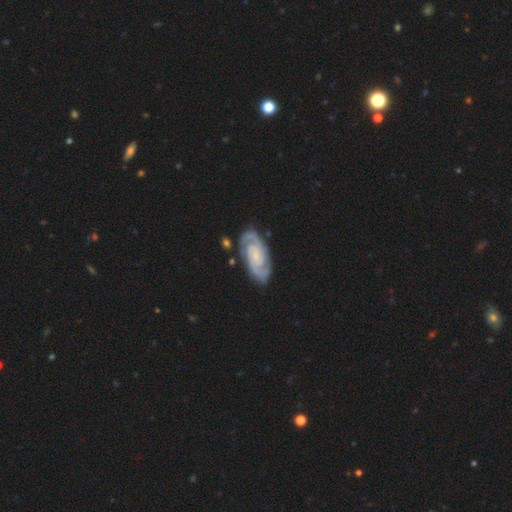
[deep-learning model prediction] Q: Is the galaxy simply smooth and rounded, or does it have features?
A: featured or disk — 90%.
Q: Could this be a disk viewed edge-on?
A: no — 97%.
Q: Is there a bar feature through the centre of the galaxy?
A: no — 57%.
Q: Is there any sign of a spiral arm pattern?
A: yes — 98%.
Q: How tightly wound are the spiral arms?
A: tight — 67%.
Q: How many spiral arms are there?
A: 2 — 87%.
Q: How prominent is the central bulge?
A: small — 62%.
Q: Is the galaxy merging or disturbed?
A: none — 81%.